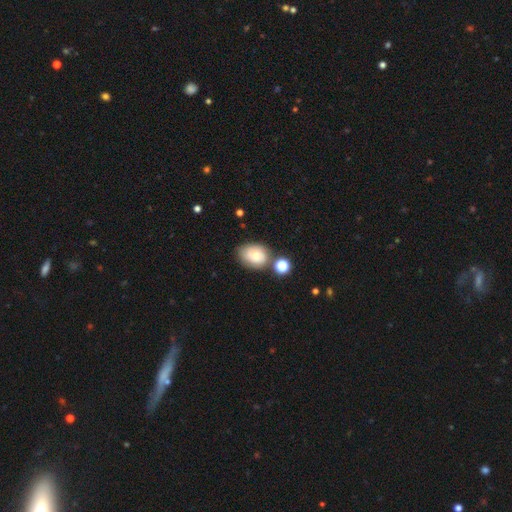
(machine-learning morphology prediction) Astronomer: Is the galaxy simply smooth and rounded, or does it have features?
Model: smooth — 67%.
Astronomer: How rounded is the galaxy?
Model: in between — 63%.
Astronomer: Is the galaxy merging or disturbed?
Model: none — 60%.